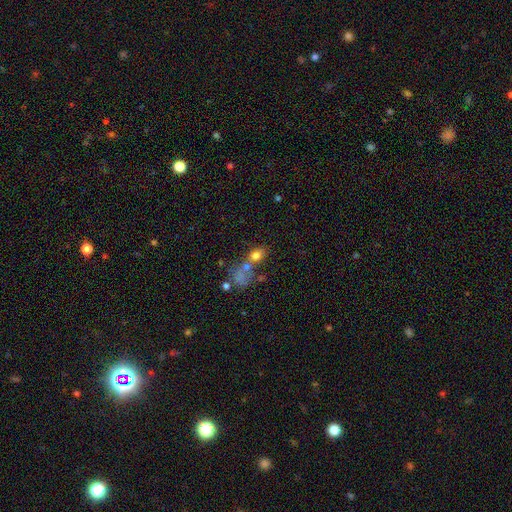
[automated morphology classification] A smooth galaxy with no disk features (70%) that is in between round and cigar-shaped (63%). Merging: merger (42%).